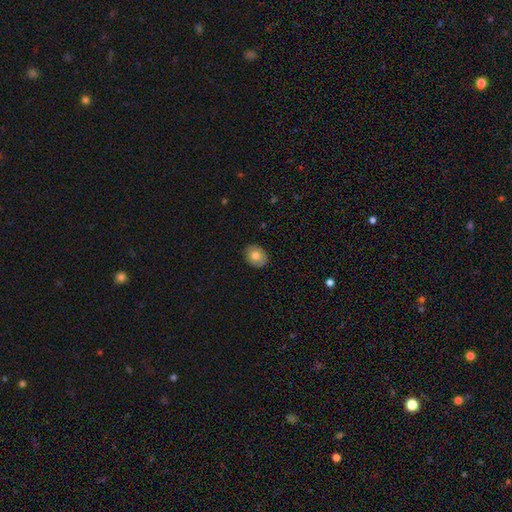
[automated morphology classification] Smooth or featured: smooth — 77% (featured or disk — 15%)
How rounded: round — 52% (in between — 47%)
Merging: none — 88% (minor disturbance — 9%)